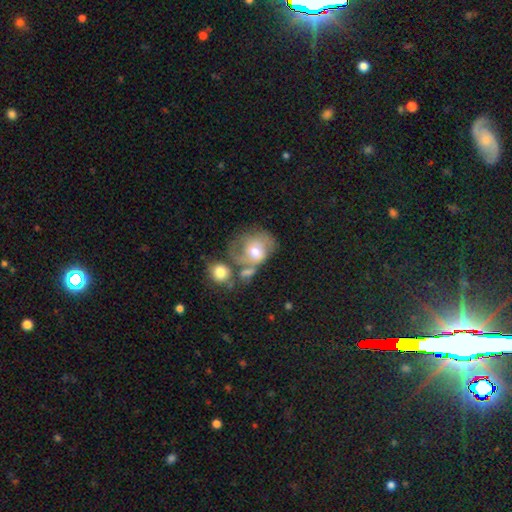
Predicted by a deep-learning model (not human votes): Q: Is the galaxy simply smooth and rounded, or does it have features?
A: featured or disk — 50%.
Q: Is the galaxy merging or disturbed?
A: none — 39%.